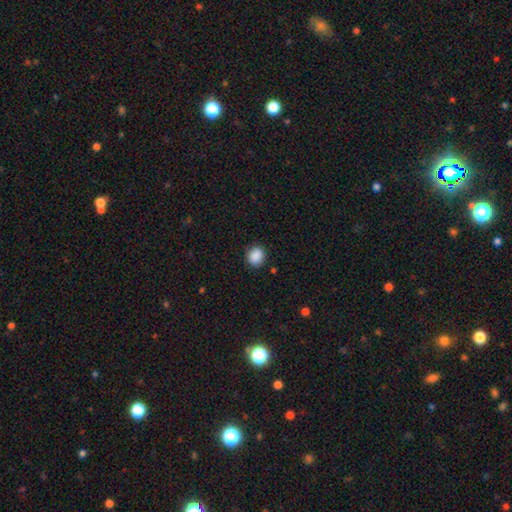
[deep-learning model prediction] Overall: smooth (89%). How rounded: round (68%; in between 31%). Merging: none (86%).